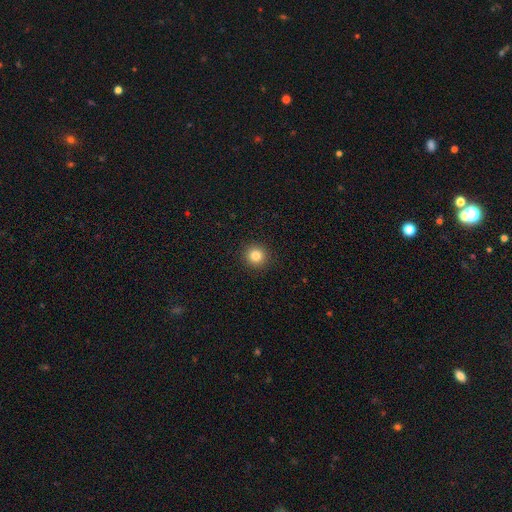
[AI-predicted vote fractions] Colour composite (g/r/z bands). It shows a smooth galaxy with no disk features (83%) that is round (95%). Merging: none (93%).